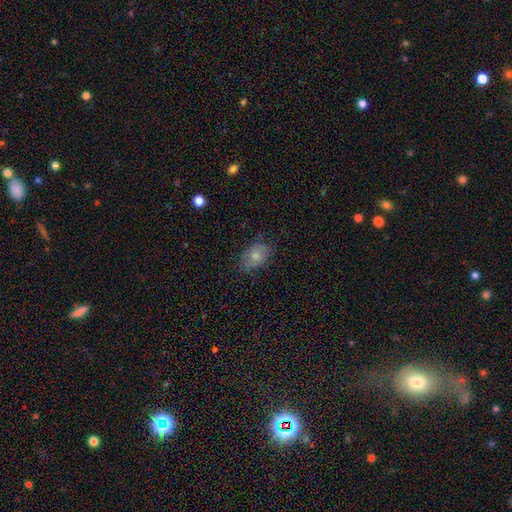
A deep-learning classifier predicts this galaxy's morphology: A smooth galaxy with no disk features (75%) that is in between round and cigar-shaped (85%). Merging: none (69%).